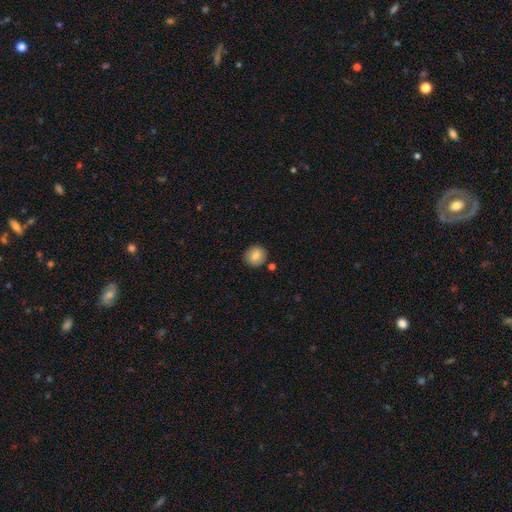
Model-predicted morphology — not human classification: Q: Smooth or featured?
A: smooth (84%); runner-up: star or artifact (9%)
Q: How rounded?
A: round (89%); runner-up: in between (10%)
Q: Merging?
A: none (87%); runner-up: minor disturbance (7%)